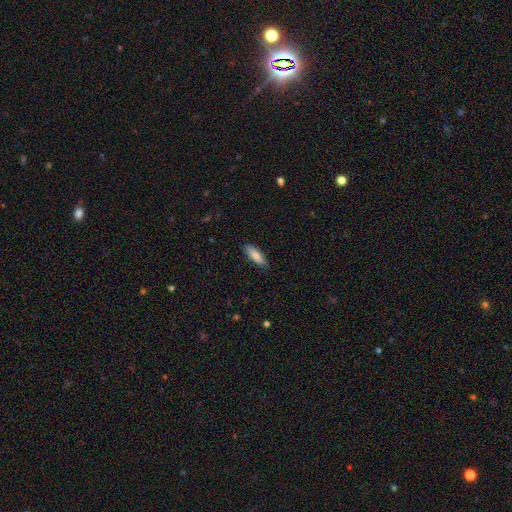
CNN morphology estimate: smooth_or_featured: smooth (p=0.80) [alt: featured or disk p=0.14]
how_rounded: in between (p=0.51) [alt: cigar-shaped p=0.47]
merging: none (p=0.86) [alt: minor disturbance p=0.11]